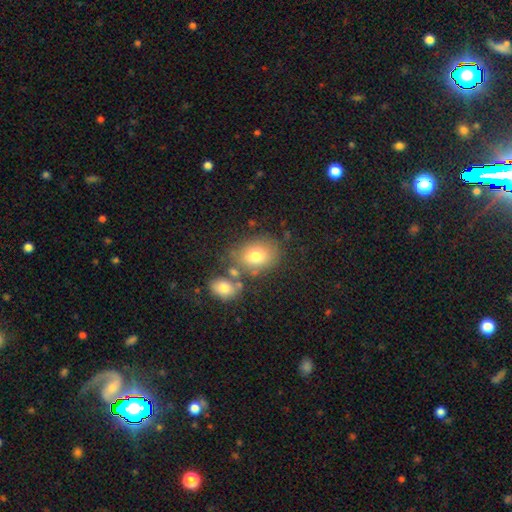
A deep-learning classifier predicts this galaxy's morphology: This is likely a smooth galaxy (75%). How rounded: possibly in between (58%). Merging: likely none (61%).